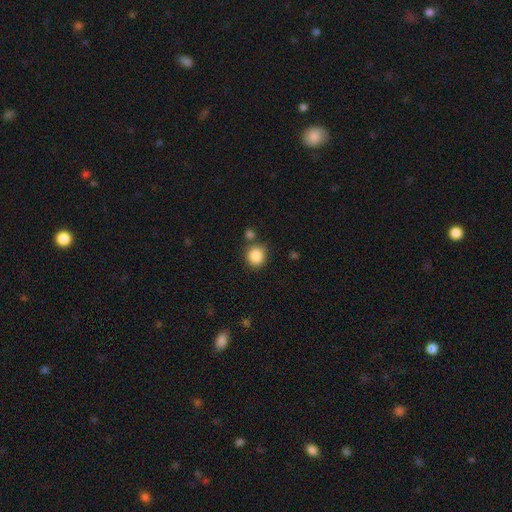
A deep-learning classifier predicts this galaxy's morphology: smooth_or_featured: smooth (p=0.87) [alt: star or artifact p=0.09]
how_rounded: round (p=0.88) [alt: in between p=0.11]
merging: none (p=0.75) [alt: minor disturbance p=0.12]